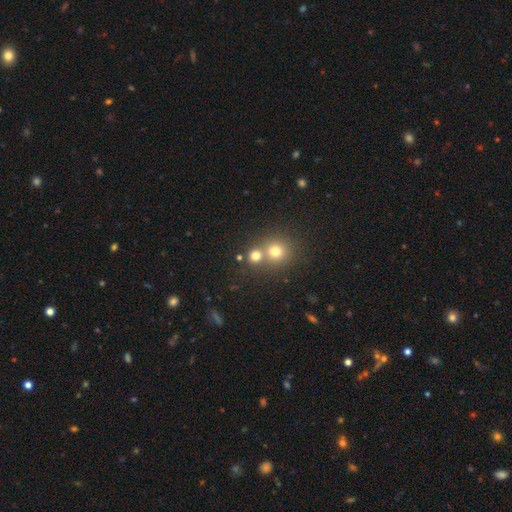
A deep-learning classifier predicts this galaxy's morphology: smooth_or_featured: smooth (p=0.74) [alt: star or artifact p=0.16]
how_rounded: round (p=0.87) [alt: in between p=0.12]
merging: none (p=0.52) [alt: merger p=0.40]